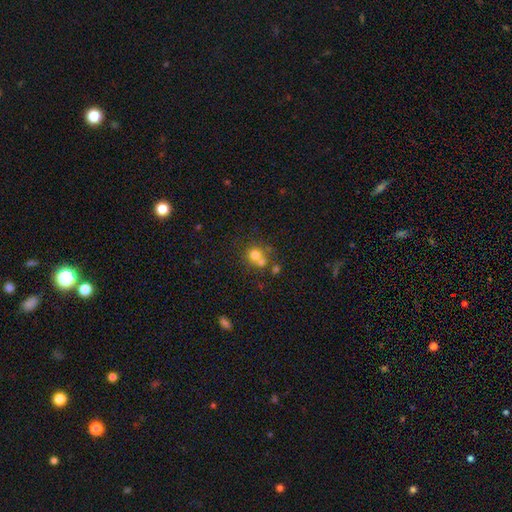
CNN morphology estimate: This appears to be a smooth galaxy with no disk features (71%) that is round (84%). Merging: merger (44%).